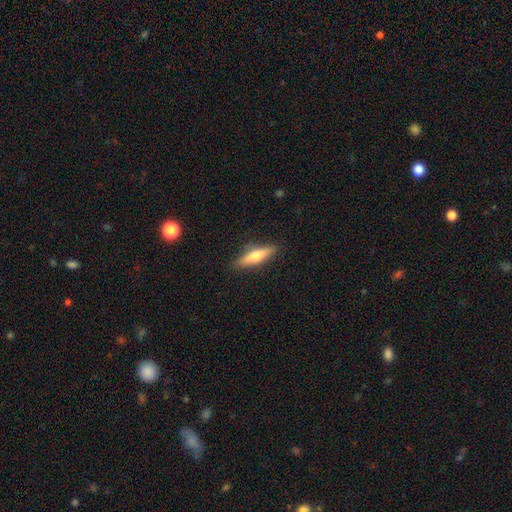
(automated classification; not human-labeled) smooth 53%, featured or disk 41%, star or artifact 6%. Down the decision tree: how rounded — cigar-shaped (75%); merging — none (88%).